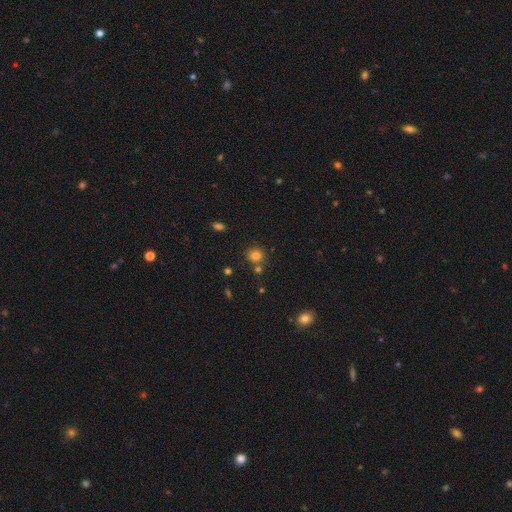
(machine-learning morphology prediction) smooth_or_featured: smooth (p=0.79) [alt: star or artifact p=0.15]
how_rounded: round (p=0.87) [alt: in between p=0.12]
merging: none (p=0.72) [alt: merger p=0.16]